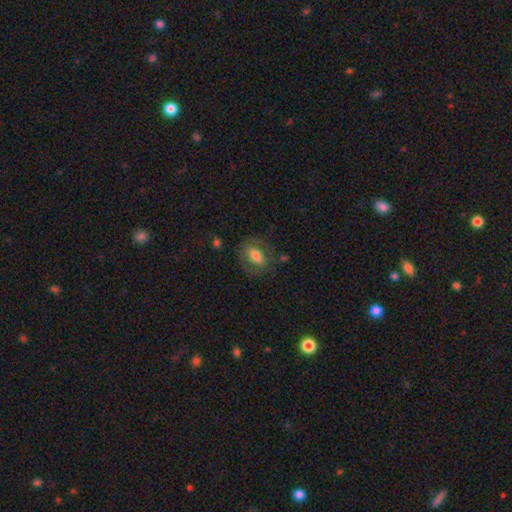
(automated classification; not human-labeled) smooth 64%, featured or disk 28%, star or artifact 8%. Down the decision tree: how rounded — in between (75%); merging — none (71%).